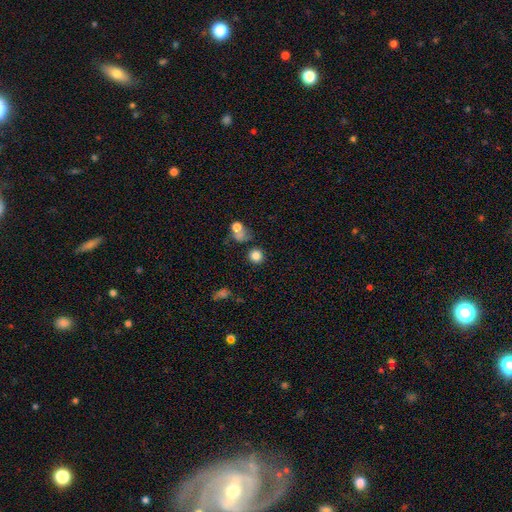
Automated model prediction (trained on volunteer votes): Smooth or featured? smooth (81%)
How rounded? round (87%)
Merging? none (74%)